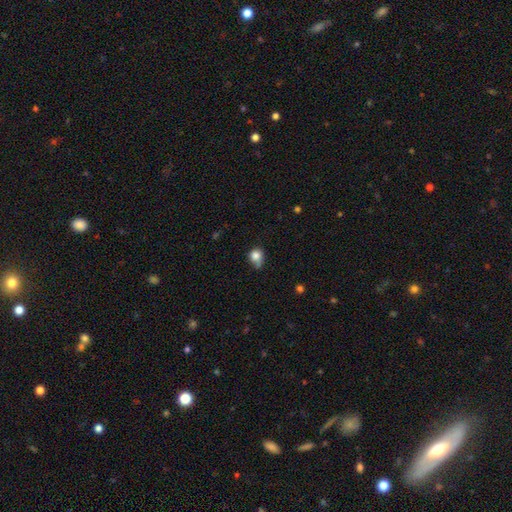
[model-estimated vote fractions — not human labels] A smooth galaxy with no disk features (81%) that is round (64%). Merging: none (41%).